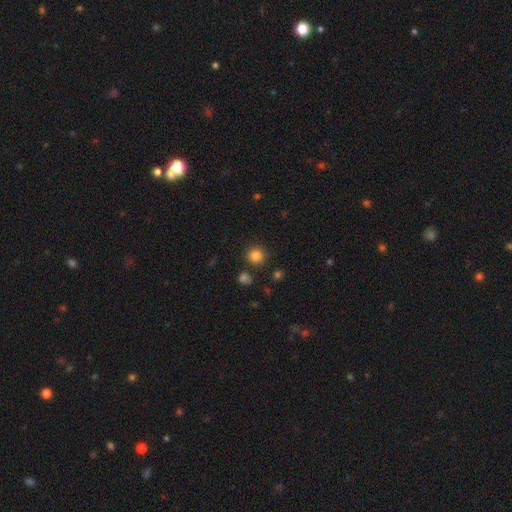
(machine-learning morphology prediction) The model was most divided on "smooth or featured": smooth: 84%, star or artifact: 12%, featured or disk: 4%. More confident: how rounded — round (94%); merging — none (88%).